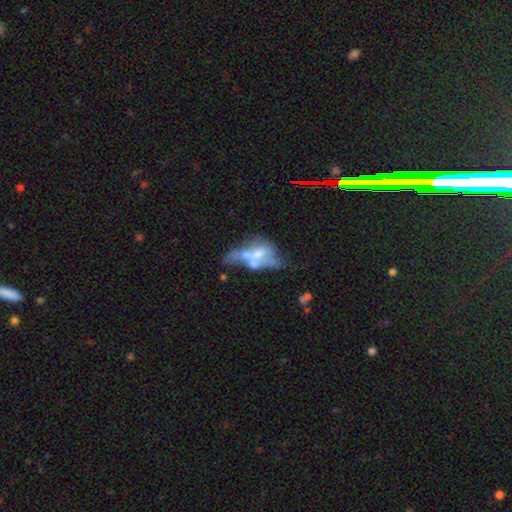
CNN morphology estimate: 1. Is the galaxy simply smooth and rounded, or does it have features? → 56% featured or disk, 33% smooth, 11% star or artifact.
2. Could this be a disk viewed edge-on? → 86% no, 14% yes.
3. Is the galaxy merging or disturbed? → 41% merger, 28% major disturbance, 18% none, 14% minor disturbance.